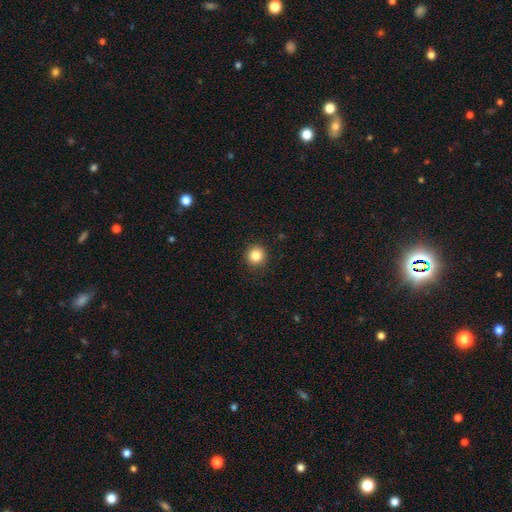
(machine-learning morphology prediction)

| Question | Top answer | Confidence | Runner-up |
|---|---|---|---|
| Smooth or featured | smooth | 84% | star or artifact (11%) |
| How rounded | round | 94% | in between (5%) |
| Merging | none | 92% | minor disturbance (5%) |